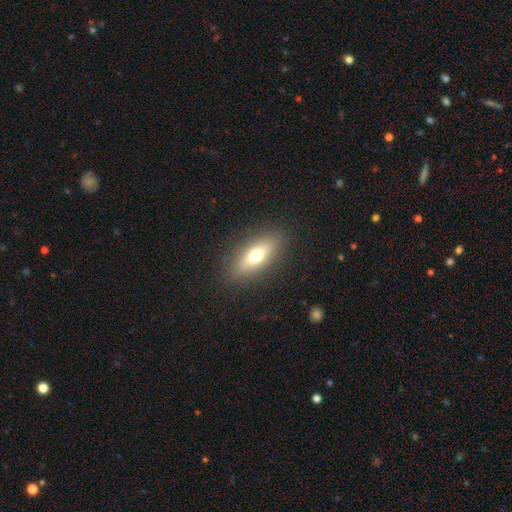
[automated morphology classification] Smooth or featured? Predicted: smooth (p=0.62). How rounded? Predicted: in between (p=0.62). Merging? Predicted: none (p=0.87).